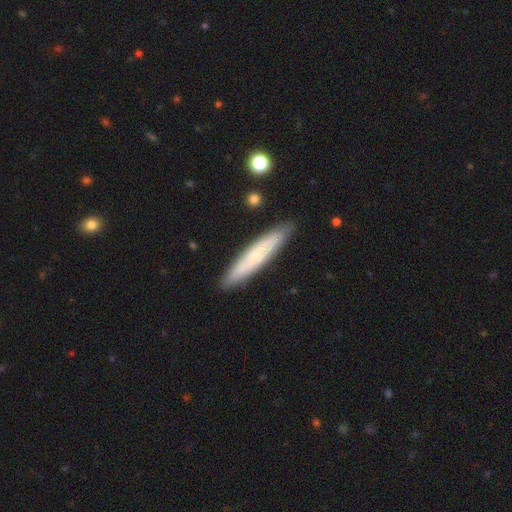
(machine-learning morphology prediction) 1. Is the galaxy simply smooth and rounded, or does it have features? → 56% smooth, 38% featured or disk, 6% star or artifact.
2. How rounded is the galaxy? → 91% cigar-shaped, 8% in between, 1% round.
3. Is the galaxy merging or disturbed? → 88% none, 9% minor disturbance, 2% merger, 2% major disturbance.